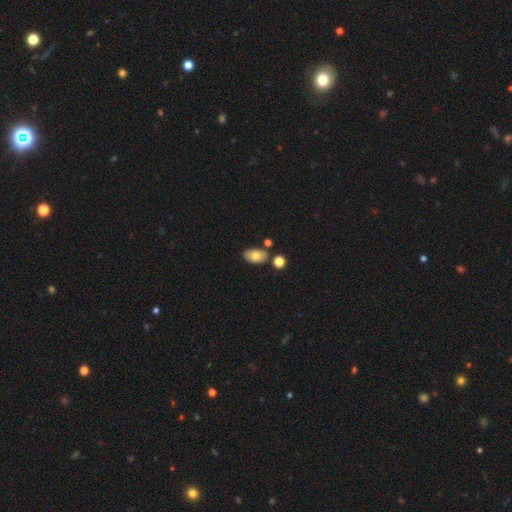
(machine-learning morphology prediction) Q: Smooth or featured?
A: smooth (73%); runner-up: featured or disk (19%)
Q: How rounded?
A: in between (90%); runner-up: round (8%)
Q: Merging?
A: none (76%); runner-up: minor disturbance (12%)